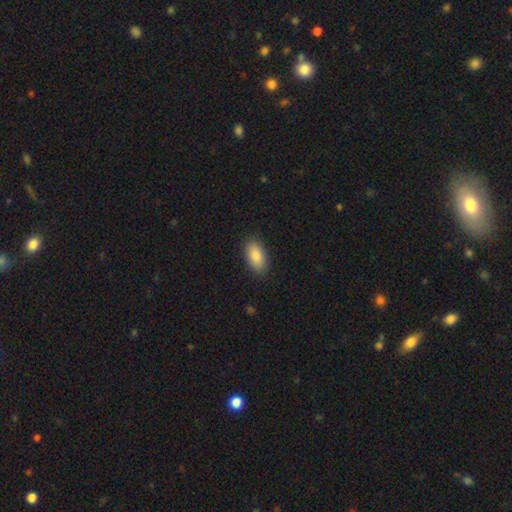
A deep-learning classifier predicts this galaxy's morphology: This appears to be a smooth galaxy with no disk features (88%) that is in between round and cigar-shaped (92%). Merging: none (88%).